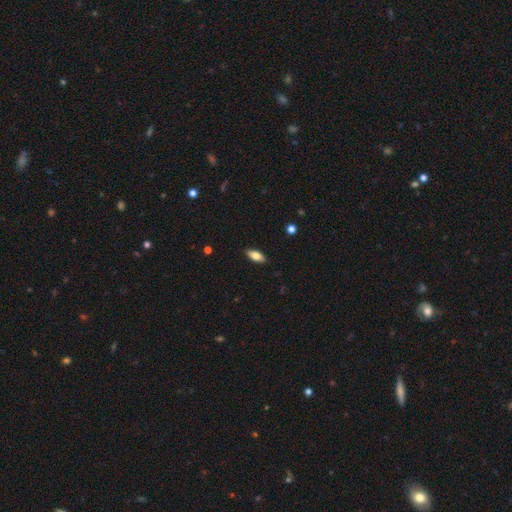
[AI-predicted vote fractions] Morphology: type=smooth (75%); roundness=in between (82%); merging=none (89%).